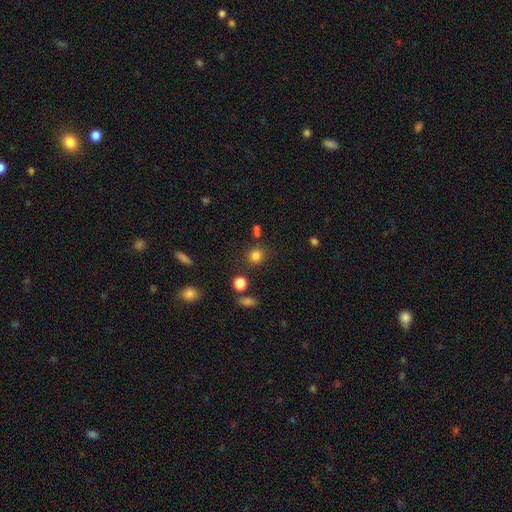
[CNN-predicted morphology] Q: Smooth or featured?
A: smooth (81%); runner-up: star or artifact (13%)
Q: How rounded?
A: round (84%); runner-up: in between (15%)
Q: Merging?
A: none (78%); runner-up: minor disturbance (10%)